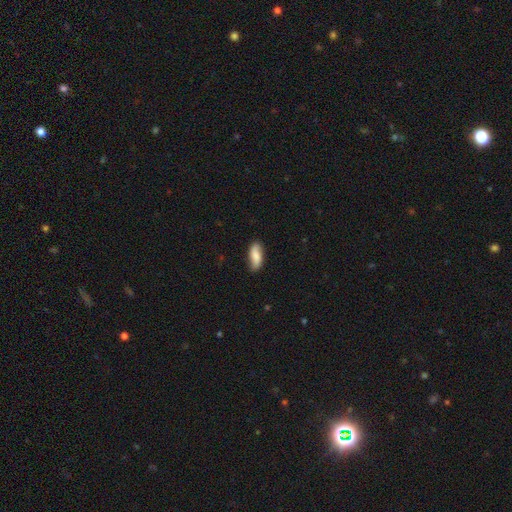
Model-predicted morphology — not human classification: smooth_or_featured: smooth (p=0.71) [alt: featured or disk p=0.22]
how_rounded: in between (p=0.76) [alt: cigar-shaped p=0.21]
merging: none (p=0.80) [alt: minor disturbance p=0.16]